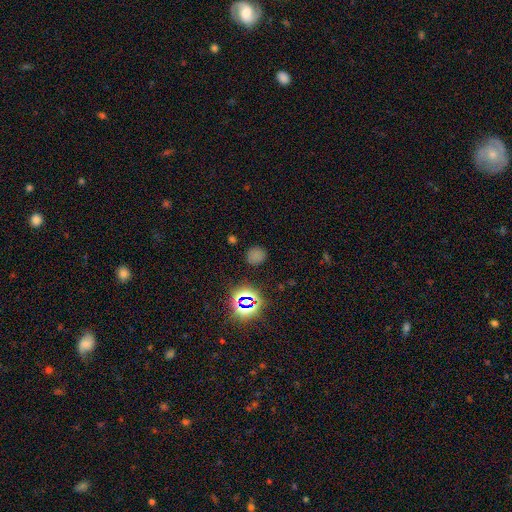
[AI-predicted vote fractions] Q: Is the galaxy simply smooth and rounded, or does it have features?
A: smooth — 63%.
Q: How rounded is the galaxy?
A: round — 84%.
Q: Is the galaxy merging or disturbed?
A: none — 83%.